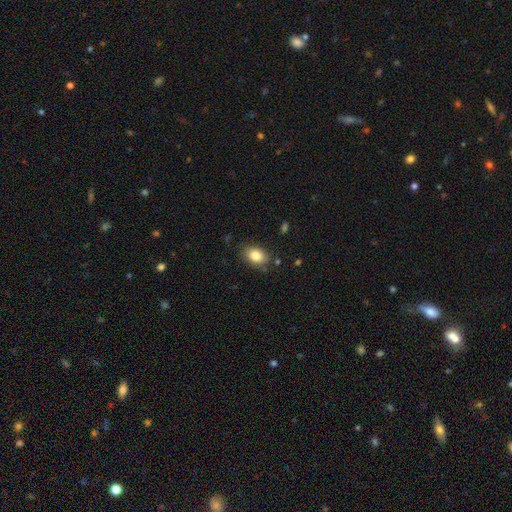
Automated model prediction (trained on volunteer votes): This appears to be a smooth galaxy with no disk features (85%) that is in between round and cigar-shaped (78%). Merging: none (81%).